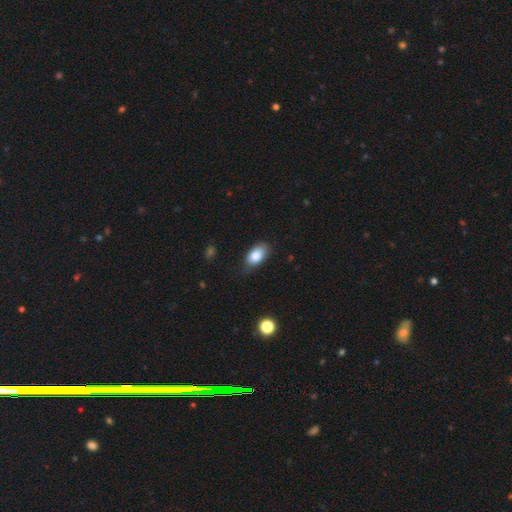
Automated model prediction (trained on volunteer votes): Overall: smooth (83%). How rounded: in between (92%). Merging: none (69%).